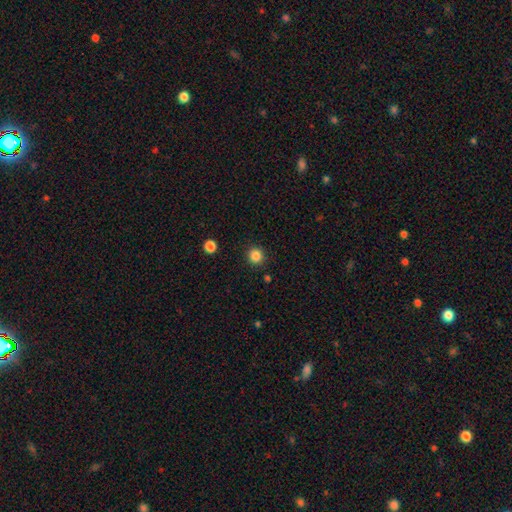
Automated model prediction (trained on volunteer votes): A smooth galaxy with no disk features (85%) that is round (93%).

Vote fractions:
- Smooth or featured? smooth: 85% / star or artifact: 12% / featured or disk: 3%
- How rounded? round: 93% / in between: 6% / cigar-shaped: 1%
- Merging? none: 91% / minor disturbance: 6% / major disturbance: 2% / merger: 1%